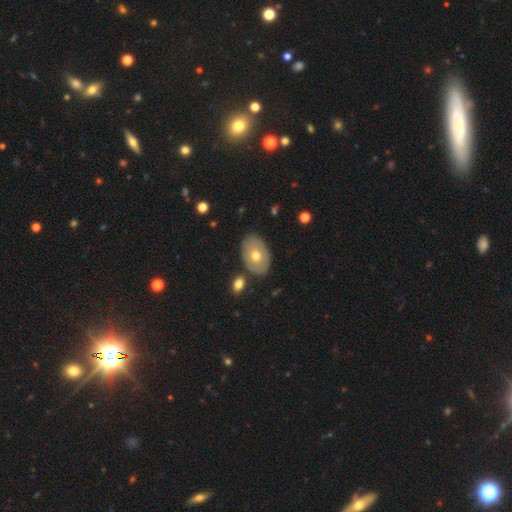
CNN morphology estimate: smooth_or_featured: smooth (p=0.55) [alt: featured or disk p=0.38]
how_rounded: in between (p=0.86) [alt: round p=0.13]
merging: none (p=0.79) [alt: minor disturbance p=0.13]